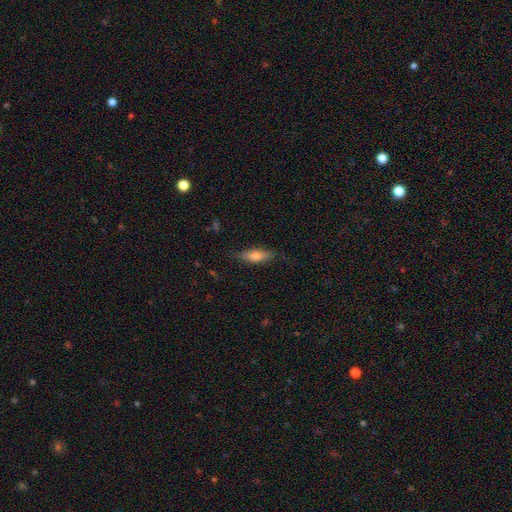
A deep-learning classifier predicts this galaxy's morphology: smooth-or-featured: smooth: 59% | featured or disk: 35% | star or artifact: 7%
  how-rounded: cigar-shaped: 53% | in between: 44% | round: 3%
  merging: none: 77% | minor disturbance: 18% | major disturbance: 4% | merger: 1%